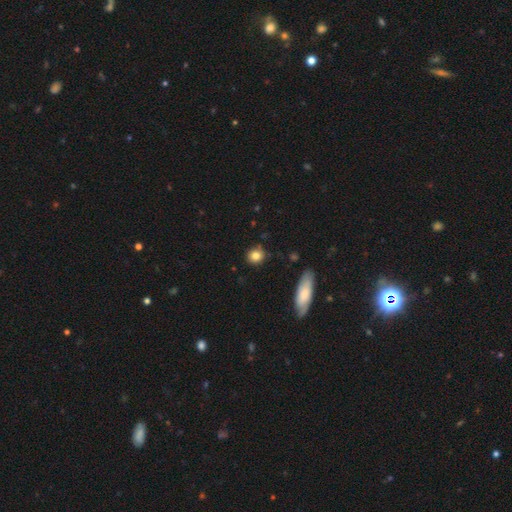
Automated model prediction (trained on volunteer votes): Morphology: type=smooth (83%); roundness=round (83%); merging=none (84%).